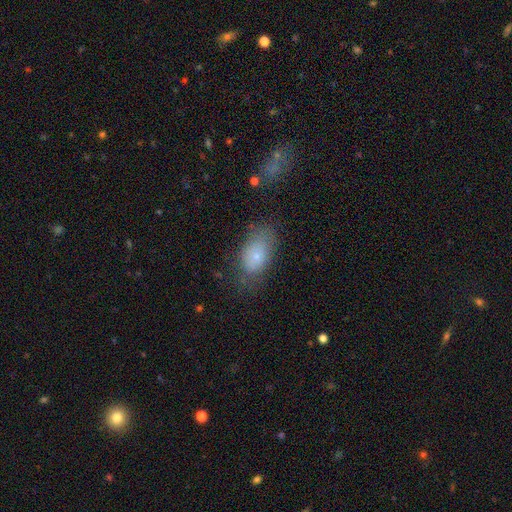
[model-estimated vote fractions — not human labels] A smooth galaxy with no disk features (73%) that is in between round and cigar-shaped (89%). Merging: none (60%).